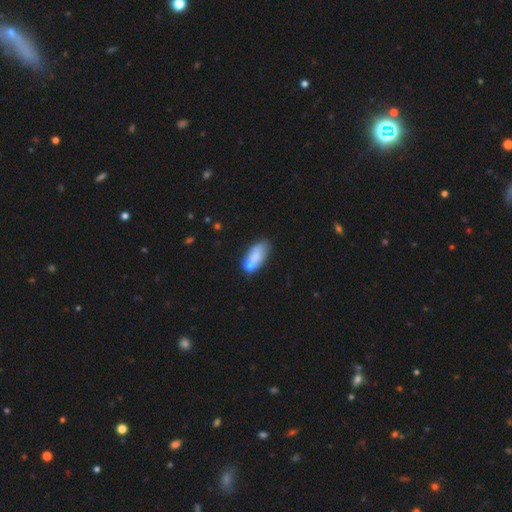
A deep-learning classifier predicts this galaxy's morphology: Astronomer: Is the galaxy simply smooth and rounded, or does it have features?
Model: smooth — 66%.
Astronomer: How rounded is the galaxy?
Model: in between — 82%.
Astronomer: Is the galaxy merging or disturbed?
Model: none — 39% (runner-up: merger, 25%).